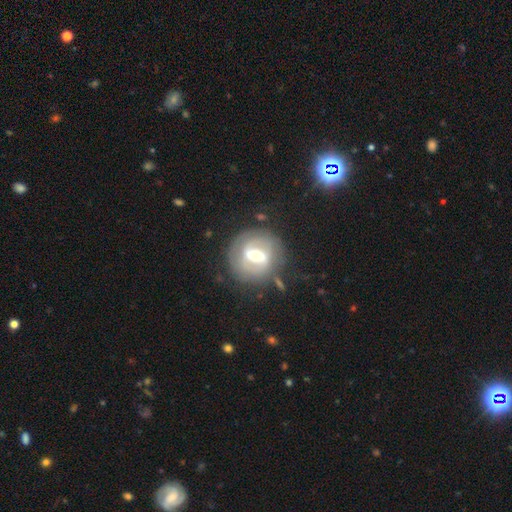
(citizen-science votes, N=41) smooth-or-featured: featured or disk: 76% | smooth: 15% | star or artifact: 10%
  disk-edge-on: no: 87% | yes: 13%
    bar: strong: 48% (tied) | weak: 48% (tied) | no: 4%
    has-spiral-arms: yes: 59% | no: 41%
      spiral-winding: medium: 50% | tight: 25% | loose: 25%
      spiral-arm-count: 2: 88% | 3: 6% | can't tell: 6% | 1: 0% | 4: 0% | more than 4: 0%
    bulge-size: moderate: 59% | small: 30% | large: 11% | dominant: 0% | none: 0%
  merging: none: 70% | minor disturbance: 16% | major disturbance: 11% | merger: 3%